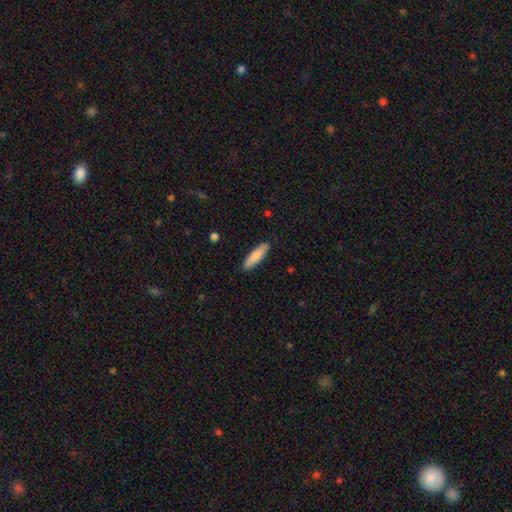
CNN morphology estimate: Smooth or featured?
  - smooth: 84% *
  - featured or disk: 11%
  - star or artifact: 5%
How rounded?
  - cigar-shaped: 67% *
  - in between: 31%
  - round: 1%
Merging?
  - none: 89% *
  - minor disturbance: 9%
  - major disturbance: 2%
  - merger: 1%